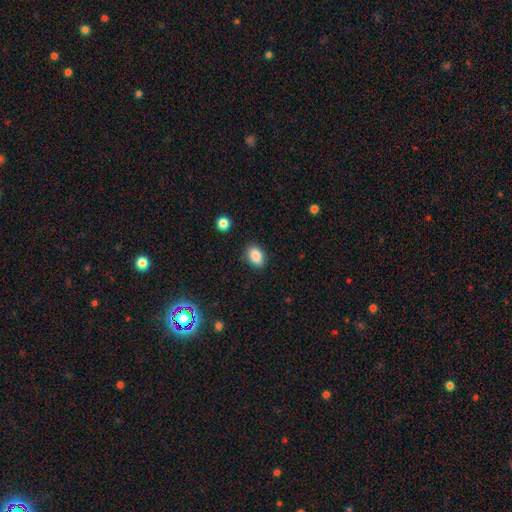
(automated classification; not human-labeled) Smooth or featured?
  - smooth: 86% *
  - star or artifact: 9%
  - featured or disk: 5%
How rounded?
  - in between: 80% *
  - round: 19%
  - cigar-shaped: 1%
Merging?
  - none: 86% *
  - minor disturbance: 9%
  - major disturbance: 2%
  - merger: 2%